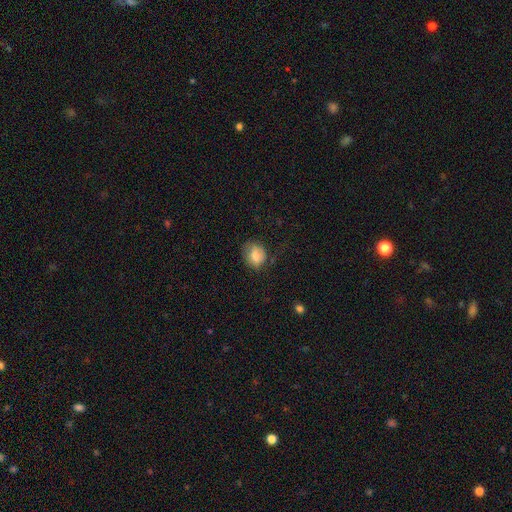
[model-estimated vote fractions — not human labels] smooth_or_featured: smooth (p=0.78) [alt: featured or disk p=0.13]
how_rounded: round (p=0.58) [alt: in between p=0.41]
merging: none (p=0.63) [alt: minor disturbance p=0.25]